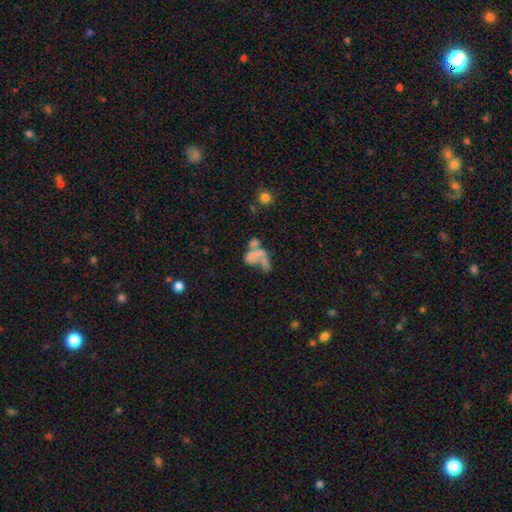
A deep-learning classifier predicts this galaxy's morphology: Overall: smooth (43%; featured or disk 41%). Merging: merger (52%; major disturbance 26%).